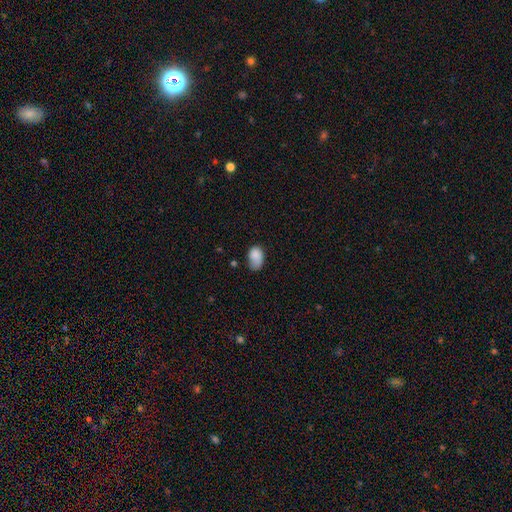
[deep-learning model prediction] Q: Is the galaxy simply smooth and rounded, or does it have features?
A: smooth — 83%.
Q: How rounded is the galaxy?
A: in between — 85%.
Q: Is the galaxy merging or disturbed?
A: none — 40%.